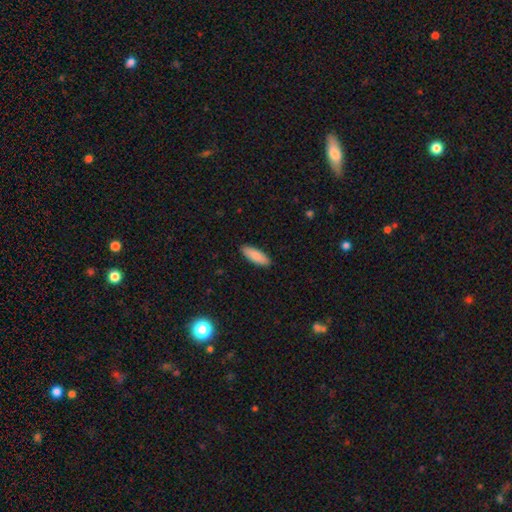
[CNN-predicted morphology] Smooth or featured?
  - smooth: 88% *
  - featured or disk: 6%
  - star or artifact: 6%
How rounded?
  - in between: 64% *
  - cigar-shaped: 34%
  - round: 2%
Merging?
  - none: 90% *
  - minor disturbance: 7%
  - major disturbance: 2%
  - merger: 1%